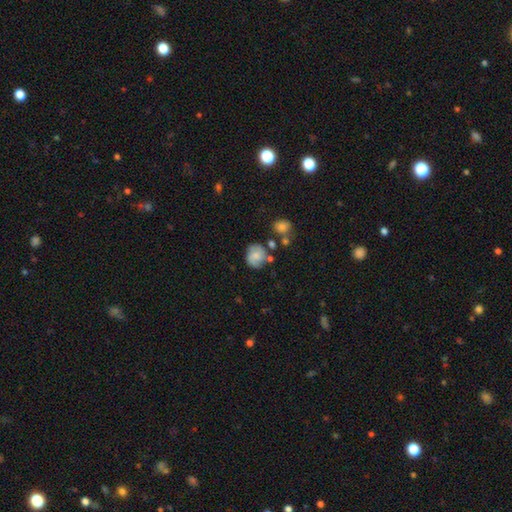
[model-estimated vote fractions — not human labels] Morphology: type=smooth (55%); roundness=round (75%); merging=none (65%).